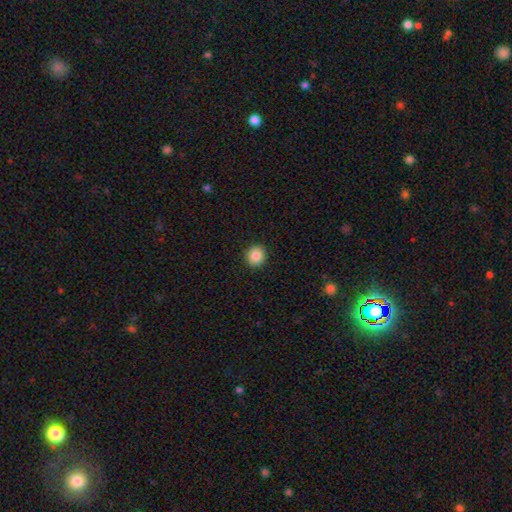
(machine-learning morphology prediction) Smooth or featured? Predicted: smooth (p=0.85). How rounded? Predicted: round (p=0.87). Merging? Predicted: none (p=0.92).